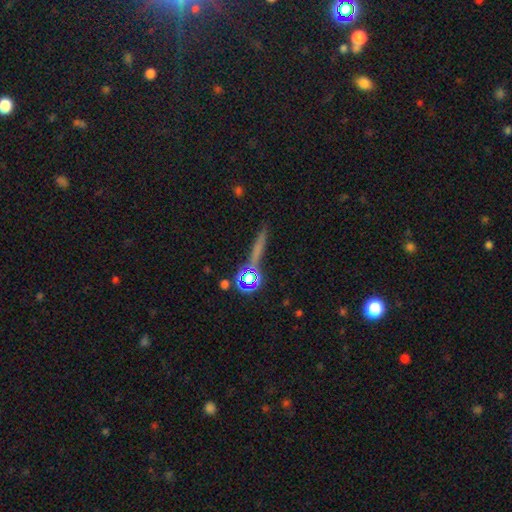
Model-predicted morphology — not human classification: Smooth or featured? Predicted: star or artifact (p=0.38).